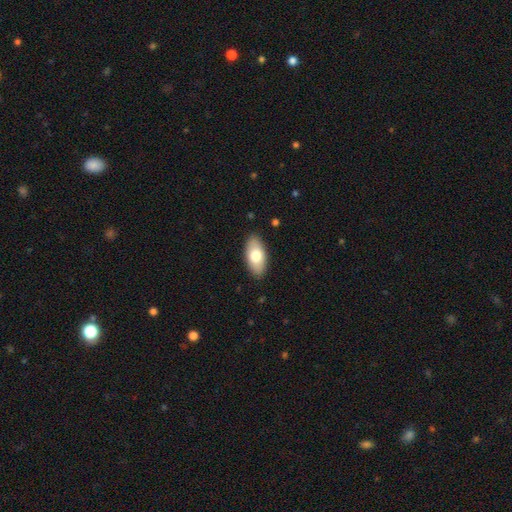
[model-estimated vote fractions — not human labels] Smooth or featured?
  - smooth: 74% *
  - featured or disk: 20%
  - star or artifact: 6%
How rounded?
  - in between: 92% *
  - cigar-shaped: 6%
  - round: 3%
Merging?
  - none: 88% *
  - minor disturbance: 9%
  - major disturbance: 2%
  - merger: 1%